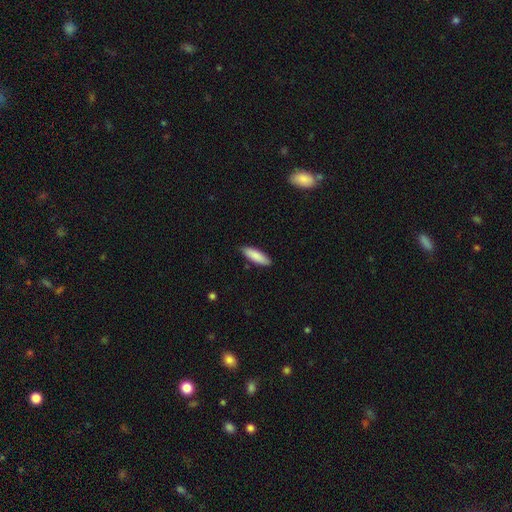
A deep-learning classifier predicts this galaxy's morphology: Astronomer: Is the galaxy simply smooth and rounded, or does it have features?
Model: smooth — 87%.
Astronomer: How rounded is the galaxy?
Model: cigar-shaped — 51% (runner-up: in between, 48%).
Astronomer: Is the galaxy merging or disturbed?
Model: none — 87%.